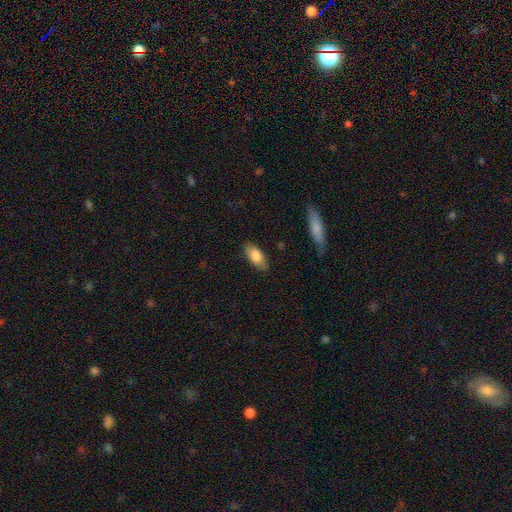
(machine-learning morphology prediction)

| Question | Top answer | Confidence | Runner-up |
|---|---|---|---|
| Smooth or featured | smooth | 82% | featured or disk (11%) |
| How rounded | in between | 88% | cigar-shaped (10%) |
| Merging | none | 84% | minor disturbance (12%) |